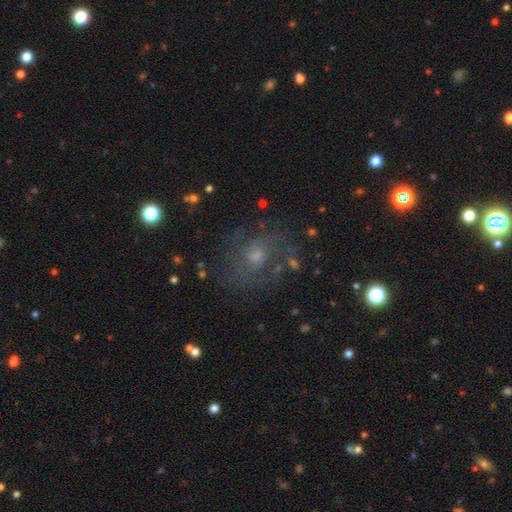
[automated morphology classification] featured or disk 64%, smooth 21%, star or artifact 16%. Down the decision tree: edge-on disk — no (97%); bar — no (74%); spiral arms — yes (81%); spiral arm count — can't tell (37%); spiral winding — medium (43%); bulge size — moderate (46%); merging — none (71%).